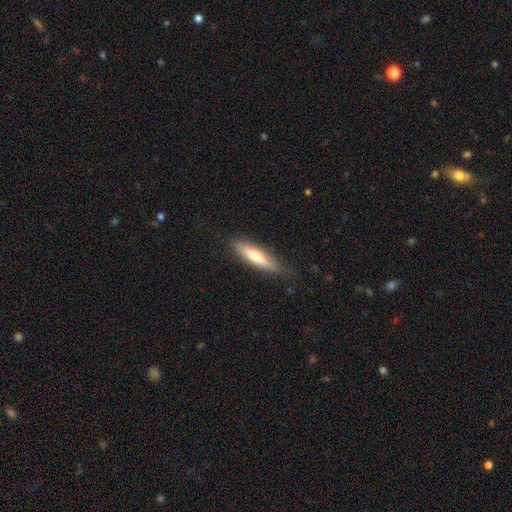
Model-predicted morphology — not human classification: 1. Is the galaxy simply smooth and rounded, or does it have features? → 59% smooth, 36% featured or disk, 6% star or artifact.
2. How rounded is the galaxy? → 76% cigar-shaped, 22% in between, 2% round.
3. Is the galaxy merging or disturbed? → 79% none, 17% minor disturbance, 3% major disturbance, 1% merger.